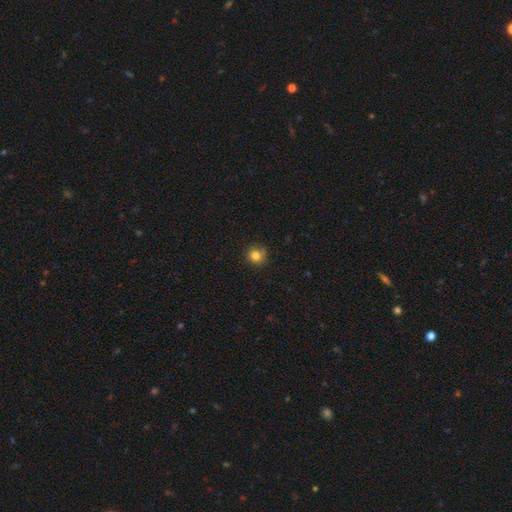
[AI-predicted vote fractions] The model was most divided on "merging": none: 78%, minor disturbance: 16%, major disturbance: 3%, merger: 2%. More confident: how rounded — round (86%); smooth or featured — smooth (82%).